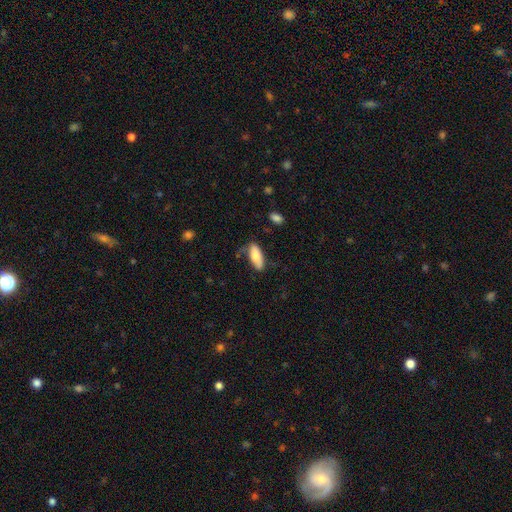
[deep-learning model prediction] This appears to be a smooth galaxy with no disk features (79%) that is in between round and cigar-shaped (74%). Merging: none (65%).